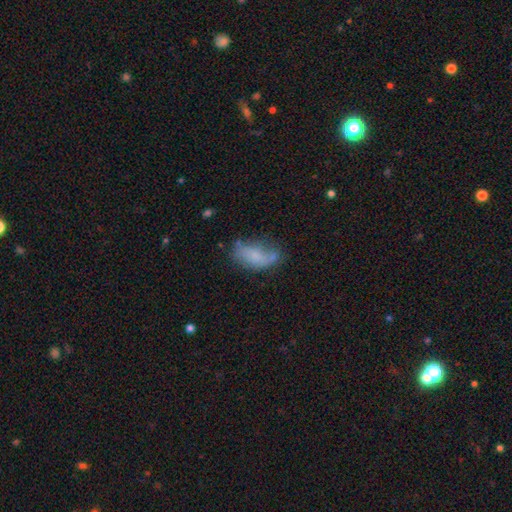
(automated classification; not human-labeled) smooth_or_featured: smooth (p=0.64) [alt: featured or disk p=0.27]
how_rounded: in between (p=0.89) [alt: cigar-shaped p=0.08]
merging: none (p=0.44) [alt: minor disturbance p=0.31]